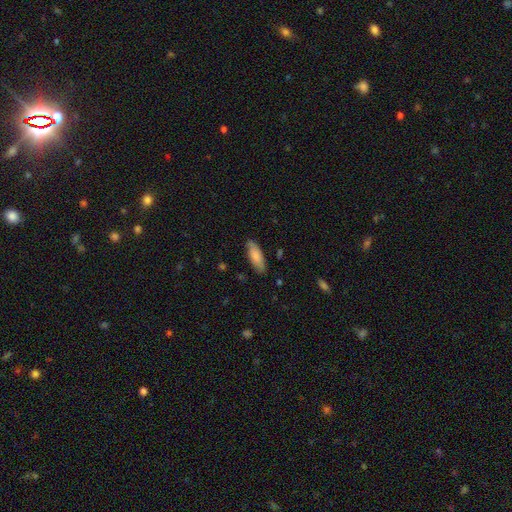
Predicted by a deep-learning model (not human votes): A smooth galaxy with no disk features (78%) that is in between round and cigar-shaped (66%). Merging: none (83%).